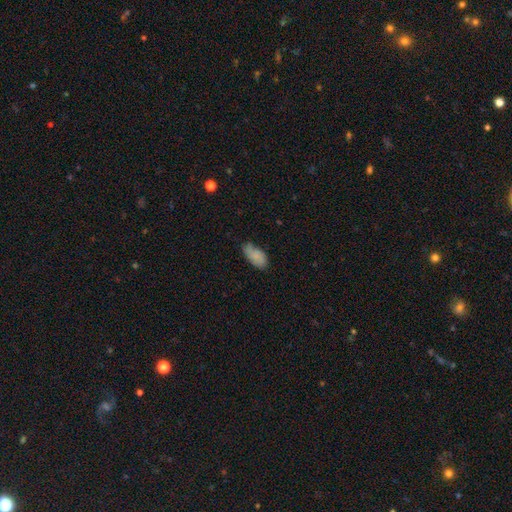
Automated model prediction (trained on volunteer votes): Morphology: type=smooth (81%); roundness=in between (93%); merging=none (59%).